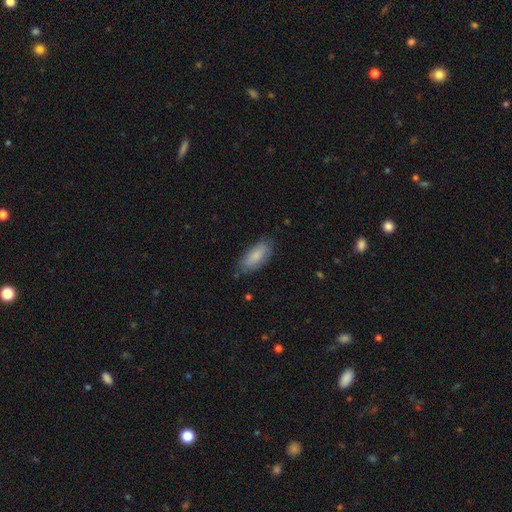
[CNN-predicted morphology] Smooth or featured? Predicted: smooth (p=0.83). How rounded? Predicted: in between (p=0.82). Merging? Predicted: none (p=0.75).